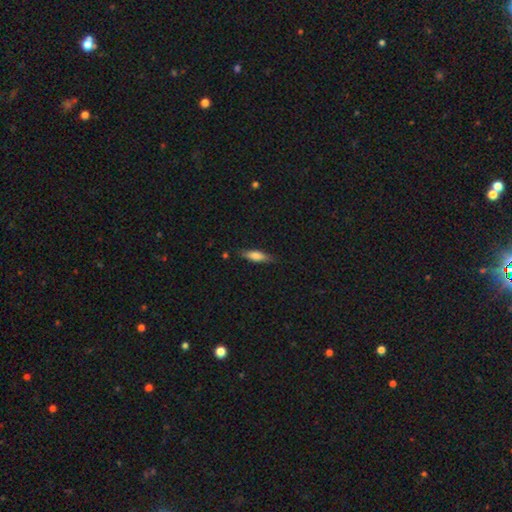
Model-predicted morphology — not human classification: This is likely a smooth galaxy (73%). How rounded: possibly cigar-shaped (54%). Merging: clearly none (80%).